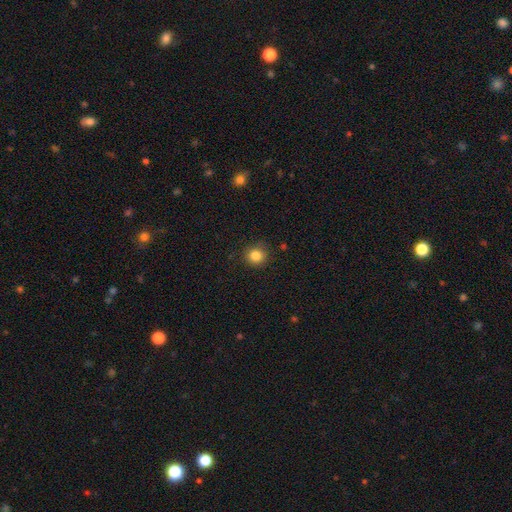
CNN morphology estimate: smooth_or_featured: smooth (p=0.85) [alt: star or artifact p=0.11]
how_rounded: round (p=0.90) [alt: in between p=0.09]
merging: none (p=0.87) [alt: minor disturbance p=0.09]